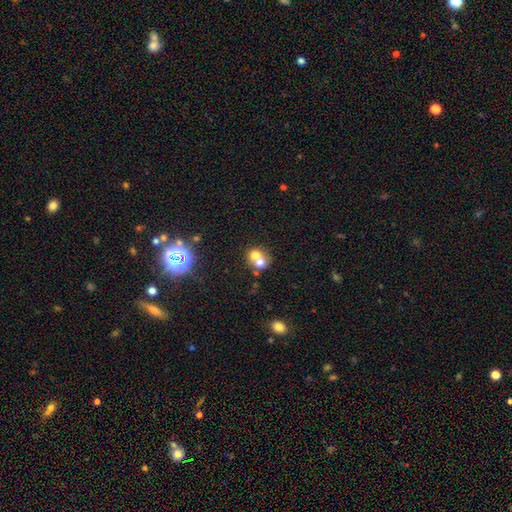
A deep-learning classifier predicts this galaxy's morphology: smooth 65%, featured or disk 22%, star or artifact 13%. Down the decision tree: how rounded — round (74%); merging — merger (66%).